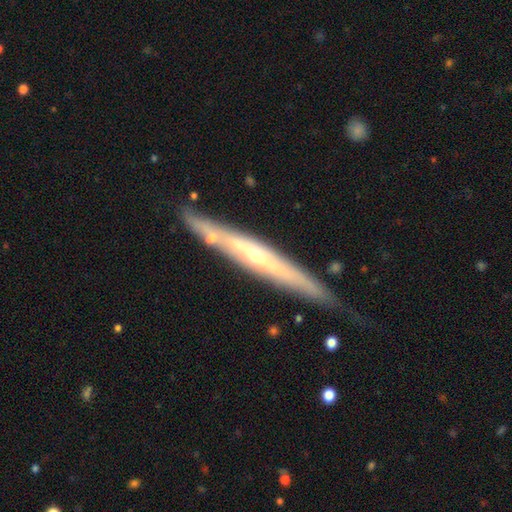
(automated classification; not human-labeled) Smooth or featured? Predicted: featured or disk (p=0.74). Edge-on disk? Predicted: yes (p=0.86). Edge-on bulge? Predicted: rounded (p=0.64). Merging? Predicted: none (p=0.75).